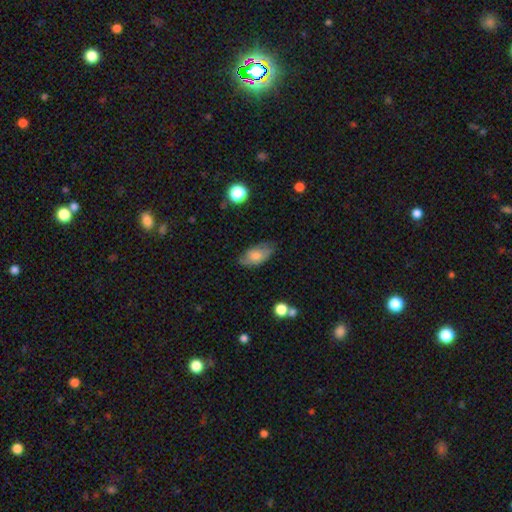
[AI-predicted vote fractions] smooth 68%, featured or disk 25%, star or artifact 7%. Down the decision tree: how rounded — in between (91%); merging — none (68%).